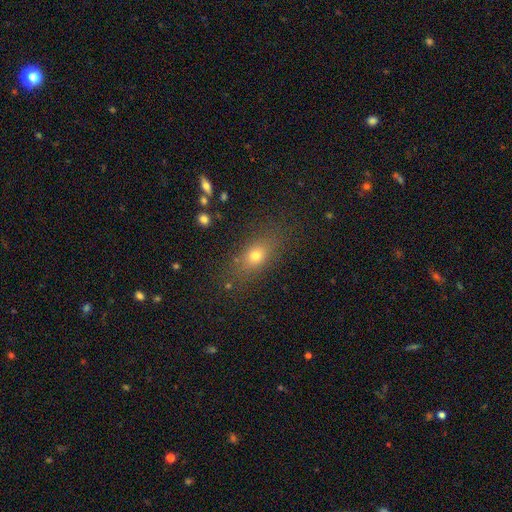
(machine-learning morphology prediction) This is likely a smooth galaxy (70%). How rounded: likely in between (65%). Merging: likely none (80%).